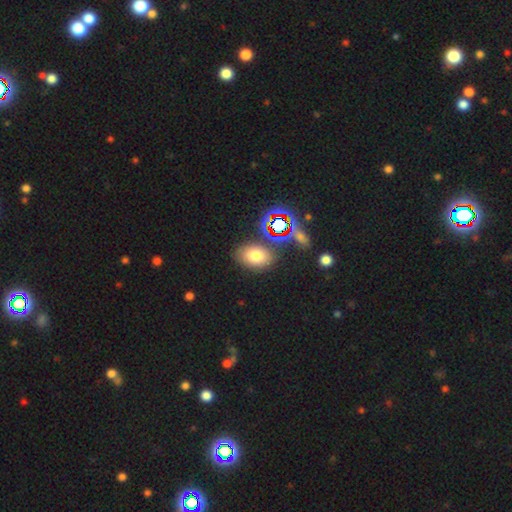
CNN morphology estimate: This is likely a smooth galaxy (69%). How rounded: likely in between (79%). Merging: likely none (79%).